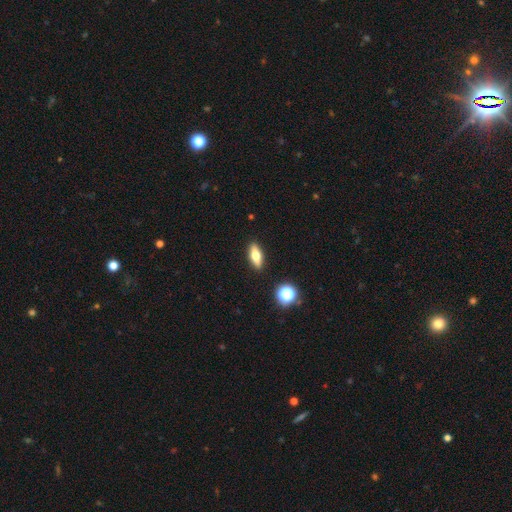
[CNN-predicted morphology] Smooth or featured? Predicted: smooth (p=0.58). How rounded? Predicted: in between (p=0.62). Merging? Predicted: none (p=0.89).